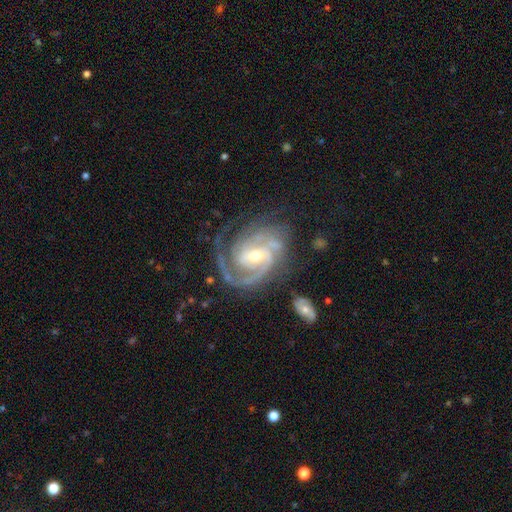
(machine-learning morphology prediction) Smooth or featured? Predicted: featured or disk (p=0.93). Edge-on disk? Predicted: no (p=0.98). Bar? Predicted: weak (p=0.44). Spiral arms? Predicted: yes (p=0.98). Spiral winding? Predicted: tight (p=0.60). Spiral arm count? Predicted: 3 (p=0.36). Bulge size? Predicted: moderate (p=0.49). Merging? Predicted: none (p=0.64).